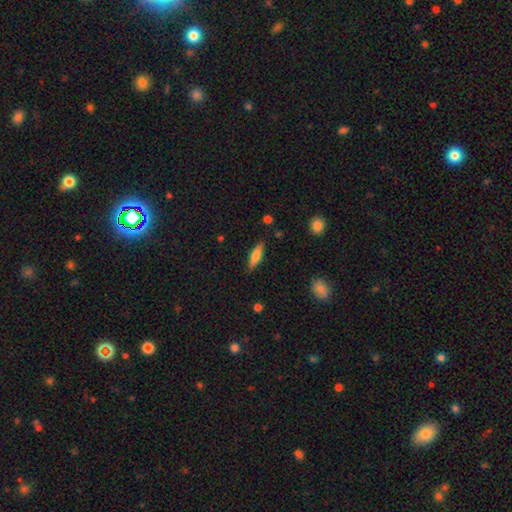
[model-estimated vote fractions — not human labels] The model was most divided on "how rounded": cigar-shaped: 63%, in between: 34%, round: 2%. More confident: merging — none (86%); smooth or featured — smooth (65%).